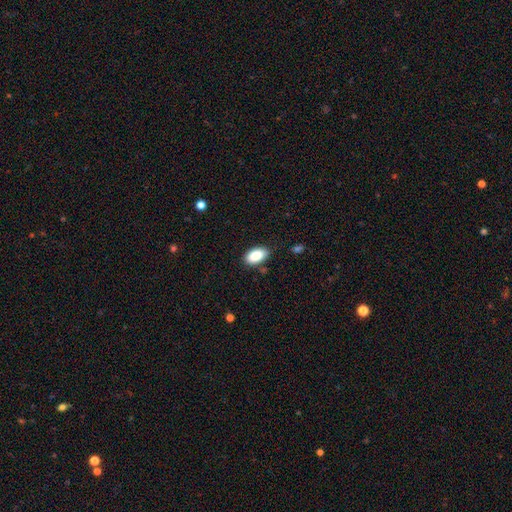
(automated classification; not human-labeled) smooth_or_featured: smooth (p=0.88) [alt: star or artifact p=0.07]
how_rounded: in between (p=0.94) [alt: round p=0.04]
merging: none (p=0.83) [alt: minor disturbance p=0.12]